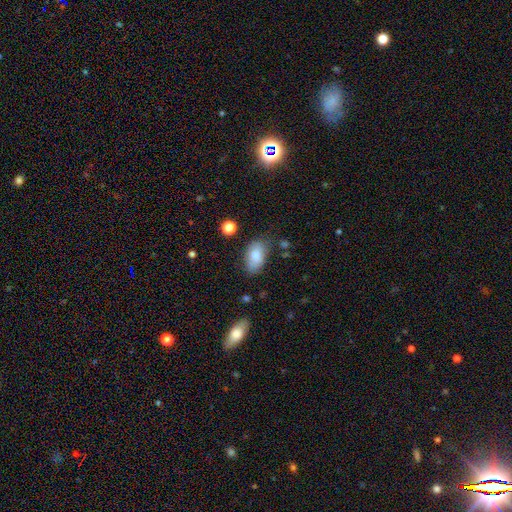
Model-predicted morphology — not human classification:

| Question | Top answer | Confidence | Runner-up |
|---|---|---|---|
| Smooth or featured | smooth | 82% | featured or disk (11%) |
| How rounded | in between | 93% | round (5%) |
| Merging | none | 68% | minor disturbance (23%) |